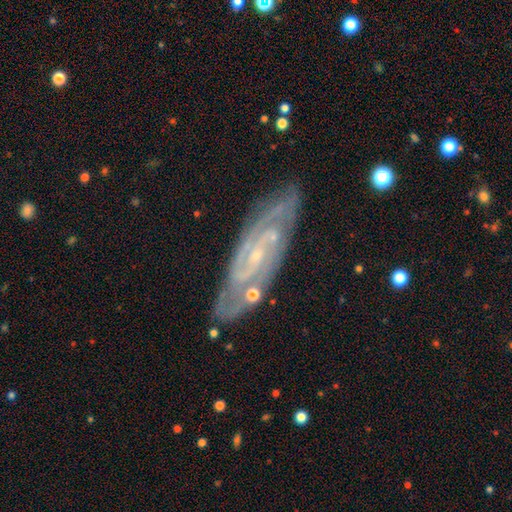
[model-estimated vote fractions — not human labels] Smooth or featured? featured or disk (86%)
Edge-on disk? no (87%)
Bar? weak (43%)
Spiral arms? yes (96%)
Spiral winding? tight (52%)
Spiral arm count? 2 (53%)
Bulge size? small (82%)
Merging? none (79%)